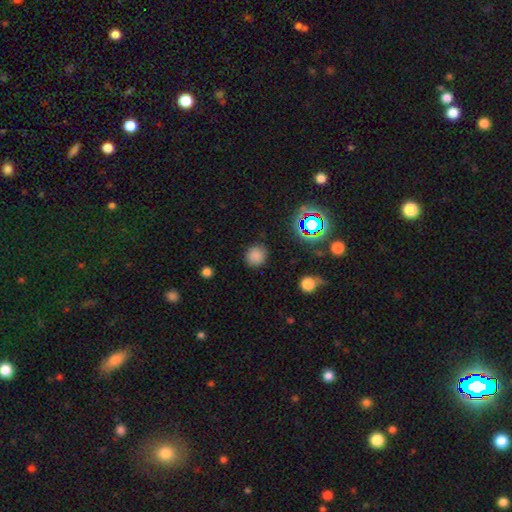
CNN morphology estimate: Q: Smooth or featured?
A: smooth (79%); runner-up: star or artifact (16%)
Q: How rounded?
A: round (90%); runner-up: in between (9%)
Q: Merging?
A: none (88%); runner-up: minor disturbance (8%)